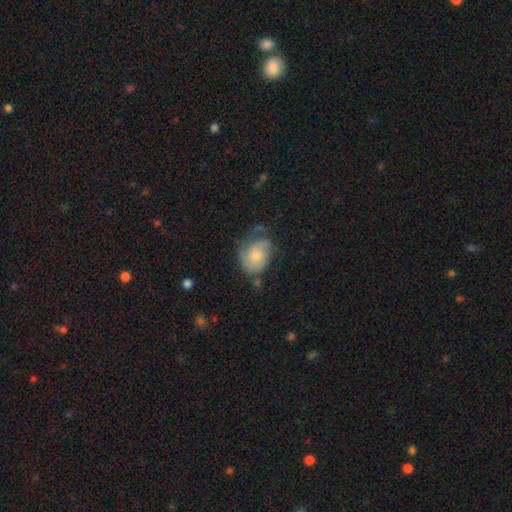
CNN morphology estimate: type=smooth (46%, tied with featured or disk); merging=none (43%).